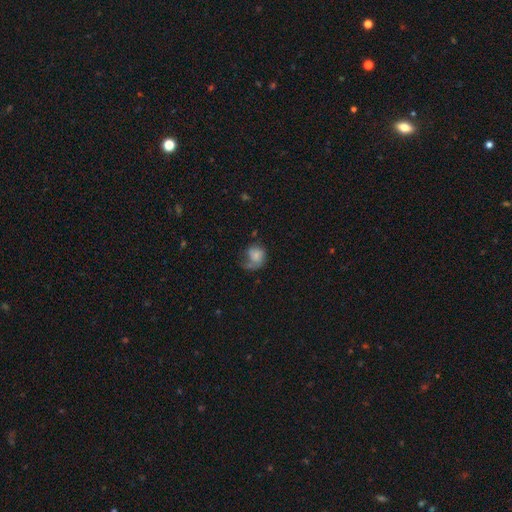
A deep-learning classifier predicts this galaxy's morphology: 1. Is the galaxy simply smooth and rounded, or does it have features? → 57% smooth, 33% featured or disk, 10% star or artifact.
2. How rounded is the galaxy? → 58% round, 41% in between, 1% cigar-shaped.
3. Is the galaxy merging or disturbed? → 37% major disturbance, 33% none, 25% minor disturbance, 5% merger.